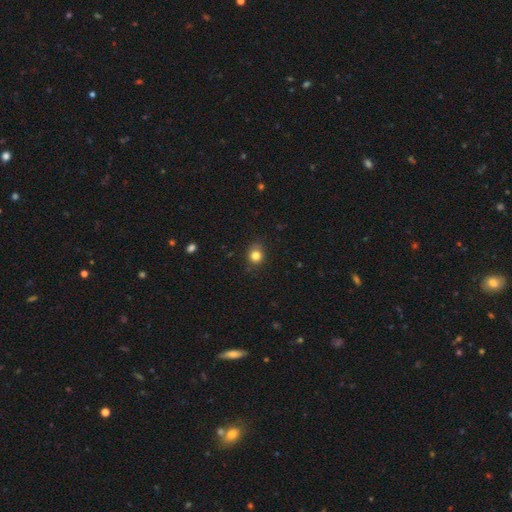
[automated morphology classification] Overall: smooth (82%). How rounded: round (73%). Merging: none (78%).